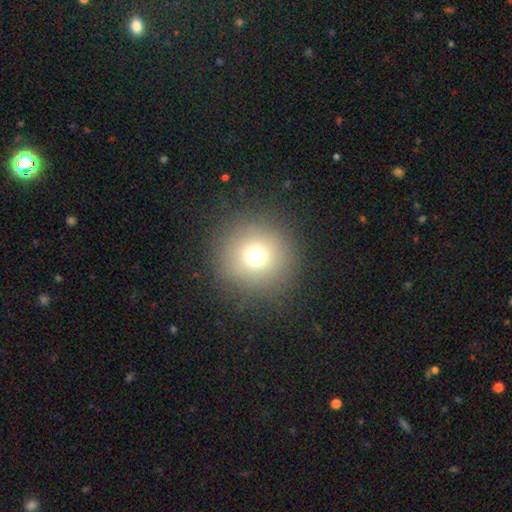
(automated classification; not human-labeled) A smooth galaxy with no disk features (70%) that is round (95%).

Vote fractions:
- Smooth or featured? smooth: 70% / star or artifact: 20% / featured or disk: 10%
- How rounded? round: 95% / in between: 4% / cigar-shaped: 1%
- Merging? none: 88% / minor disturbance: 6% / major disturbance: 4% / merger: 1%